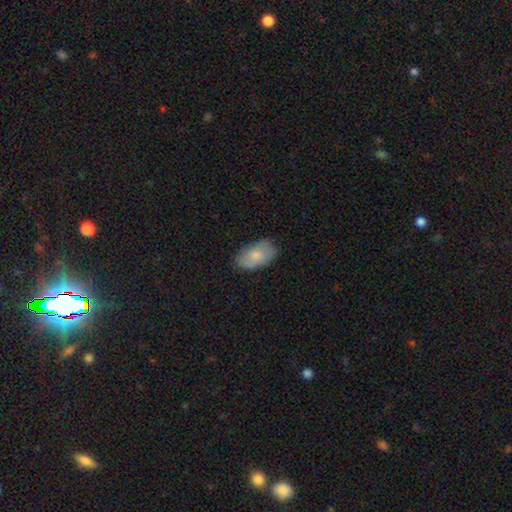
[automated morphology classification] smooth_or_featured: smooth (p=0.76) [alt: featured or disk p=0.18]
how_rounded: in between (p=0.93) [alt: round p=0.05]
merging: none (p=0.79) [alt: minor disturbance p=0.17]